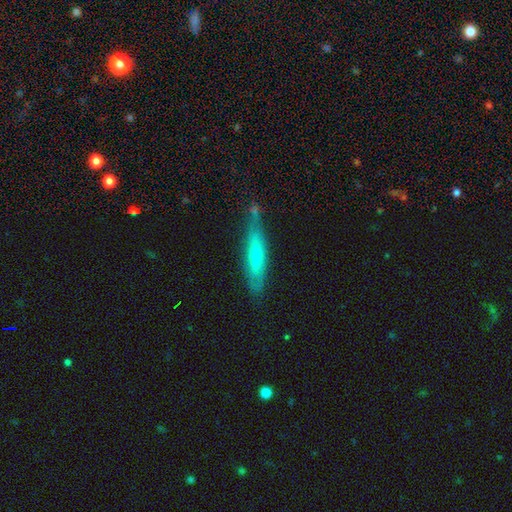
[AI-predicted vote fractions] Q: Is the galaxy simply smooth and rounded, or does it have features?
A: featured or disk — 52%.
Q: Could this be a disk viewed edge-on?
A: yes — 80%.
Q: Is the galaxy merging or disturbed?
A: none — 76%.